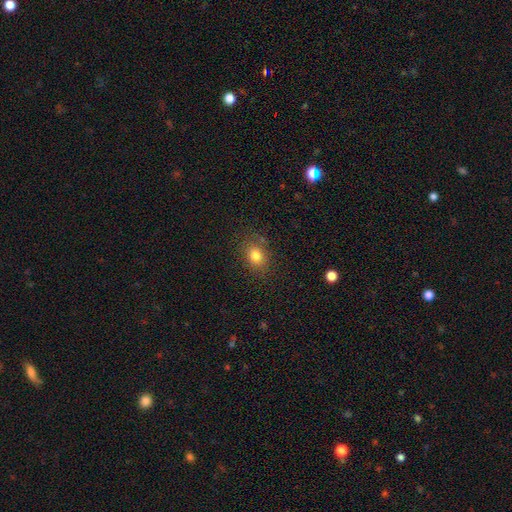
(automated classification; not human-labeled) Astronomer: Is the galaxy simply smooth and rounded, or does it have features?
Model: smooth — 79%.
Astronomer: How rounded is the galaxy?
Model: in between — 59% (runner-up: round, 40%).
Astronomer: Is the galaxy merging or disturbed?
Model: none — 79%.